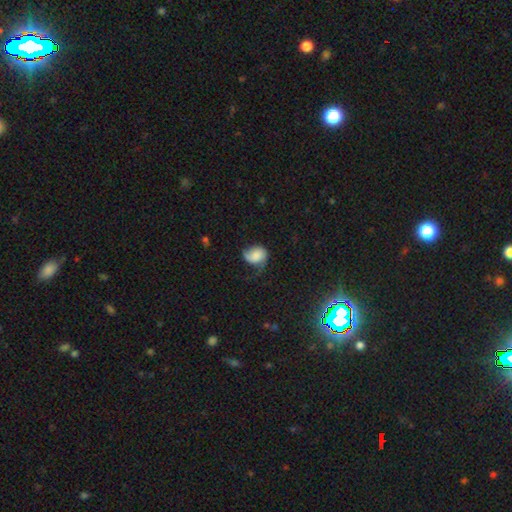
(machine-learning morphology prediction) smooth-or-featured: smooth: 57% | featured or disk: 34% | star or artifact: 9%
  how-rounded: in between: 54% | round: 45% | cigar-shaped: 1%
  merging: none: 36% | minor disturbance: 33% | major disturbance: 29% | merger: 2%